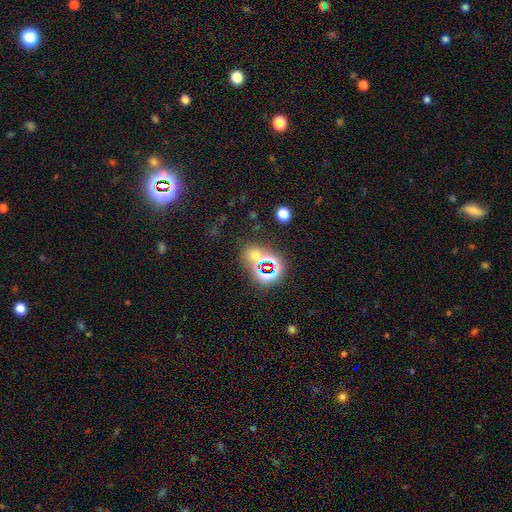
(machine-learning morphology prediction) The model was most divided on "smooth or featured": star or artifact: 48%, smooth: 42%, featured or disk: 10%.